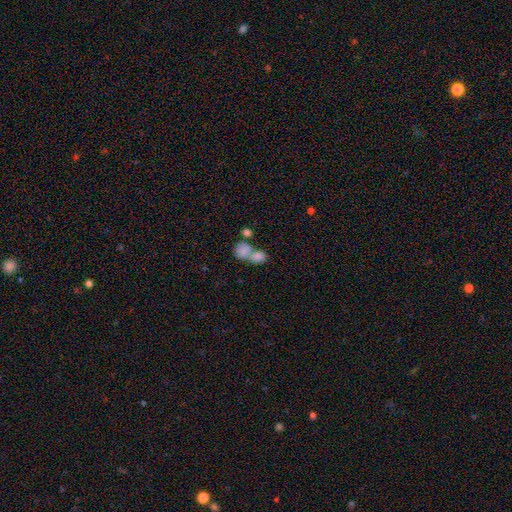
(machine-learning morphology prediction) smooth 79%, featured or disk 12%, star or artifact 9%. Down the decision tree: how rounded — in between (56%); merging — merger (70%).